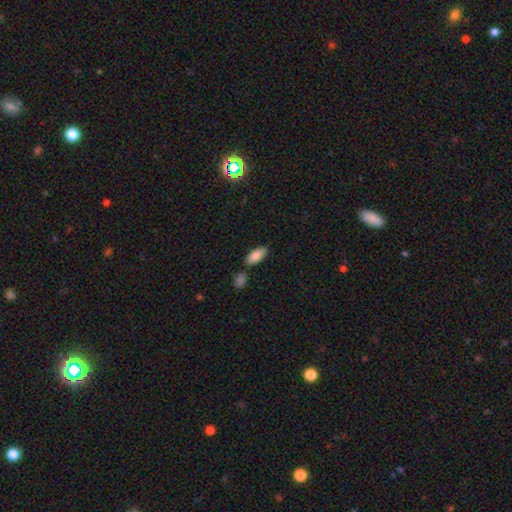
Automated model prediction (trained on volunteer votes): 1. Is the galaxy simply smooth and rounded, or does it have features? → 83% smooth, 10% featured or disk, 6% star or artifact.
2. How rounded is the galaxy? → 84% in between, 14% cigar-shaped, 2% round.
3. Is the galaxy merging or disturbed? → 78% none, 11% minor disturbance, 8% merger, 2% major disturbance.